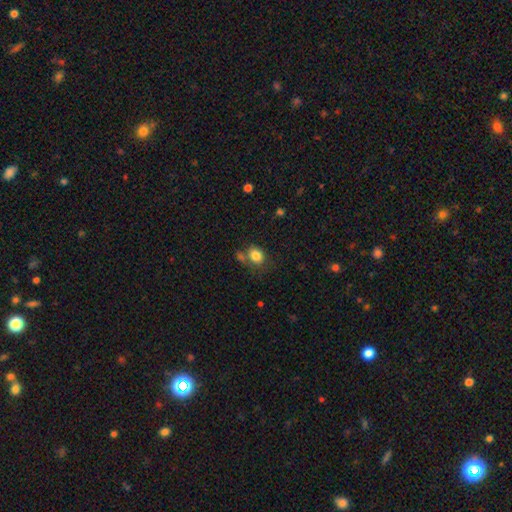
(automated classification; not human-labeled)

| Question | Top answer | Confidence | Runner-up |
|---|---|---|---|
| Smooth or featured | smooth | 83% | star or artifact (10%) |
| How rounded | round | 58% | in between (41%) |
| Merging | none | 59% | merger (17%) |